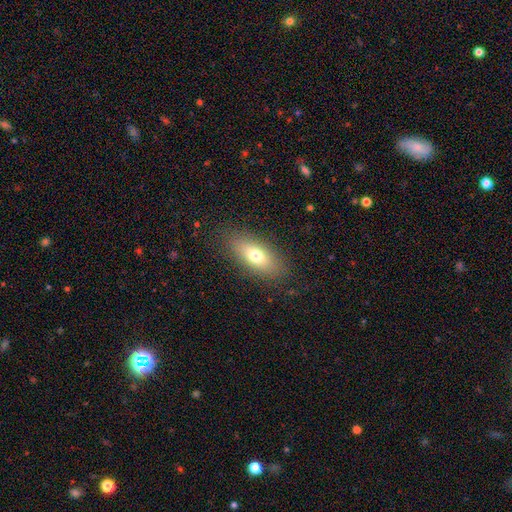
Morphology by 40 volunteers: Overall: smooth (75%). How rounded: in between (87%). Merging: none (73%).